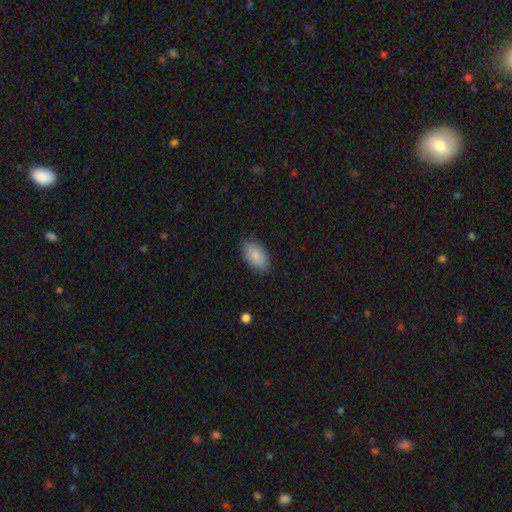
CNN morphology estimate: Overall: smooth (85%). How rounded: in between (94%). Merging: none (84%).